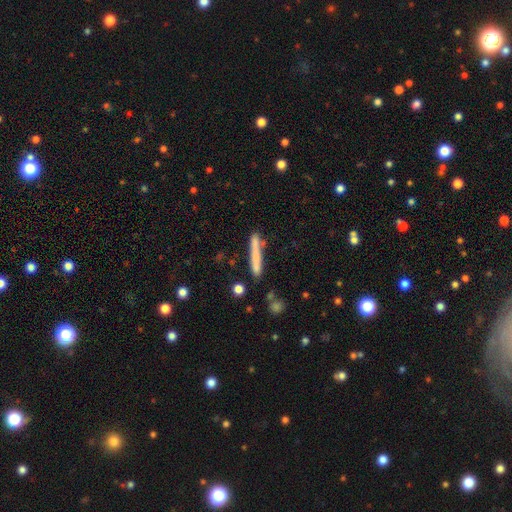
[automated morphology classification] smooth-or-featured: smooth: 69% | featured or disk: 24% | star or artifact: 7%
  how-rounded: cigar-shaped: 95% | in between: 3% | round: 1%
  merging: none: 79% | minor disturbance: 13% | merger: 5% | major disturbance: 3%